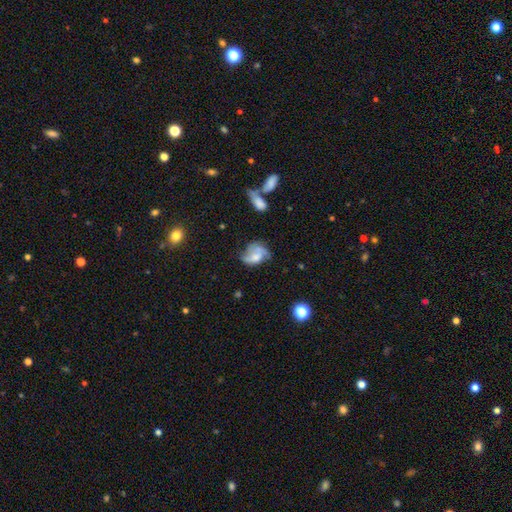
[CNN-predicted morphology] Overall: featured or disk (56%; smooth 35%). Edge-on disk: no (97%). Bar: no (67%; weak 27%). Spiral arms: yes (72%). Bulge size: moderate (34%, tied with small). Merging: none (37%; minor disturbance 28%).